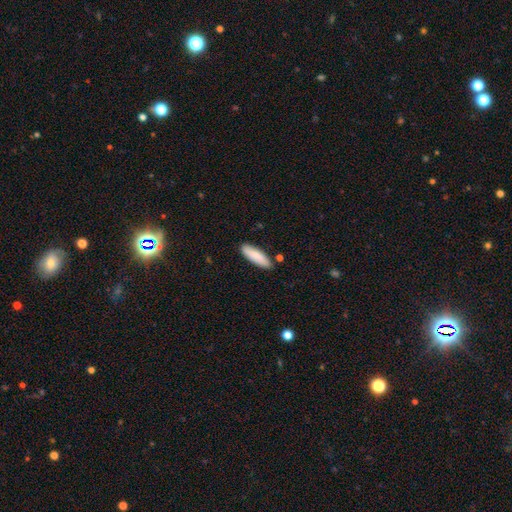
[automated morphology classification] smooth-or-featured: smooth: 82% | featured or disk: 13% | star or artifact: 6%
  how-rounded: in between: 50% | cigar-shaped: 49% | round: 2%
  merging: none: 85% | minor disturbance: 11% | merger: 3% | major disturbance: 2%